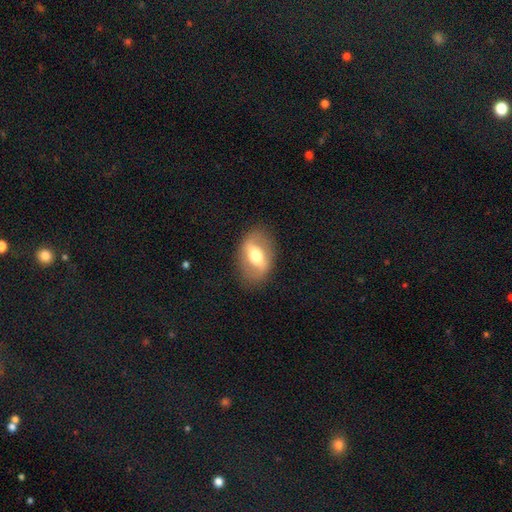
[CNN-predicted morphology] type=featured or disk (59%); edge-on=no (83%); merging=none (82%).